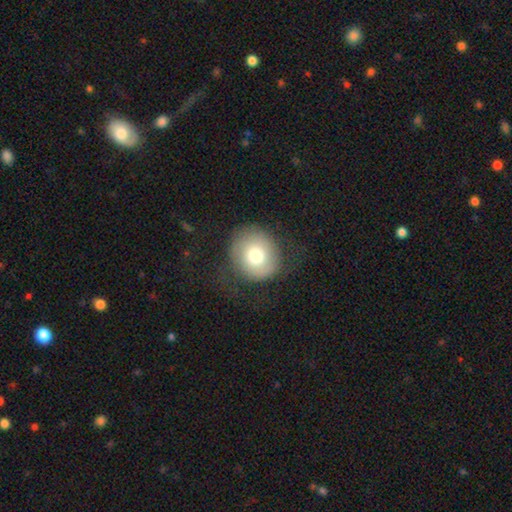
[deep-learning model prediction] smooth-or-featured: smooth: 70% | featured or disk: 20% | star or artifact: 9%
  how-rounded: round: 84% | in between: 15% | cigar-shaped: 1%
  merging: none: 65% | minor disturbance: 18% | major disturbance: 16% | merger: 1%